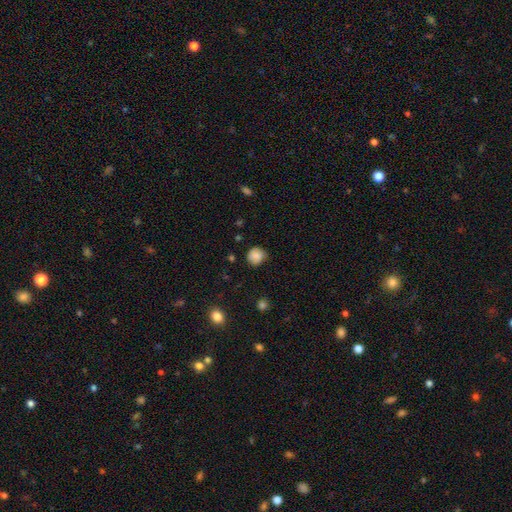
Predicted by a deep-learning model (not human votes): Overall: smooth (79%). How rounded: round (83%). Merging: none (74%).